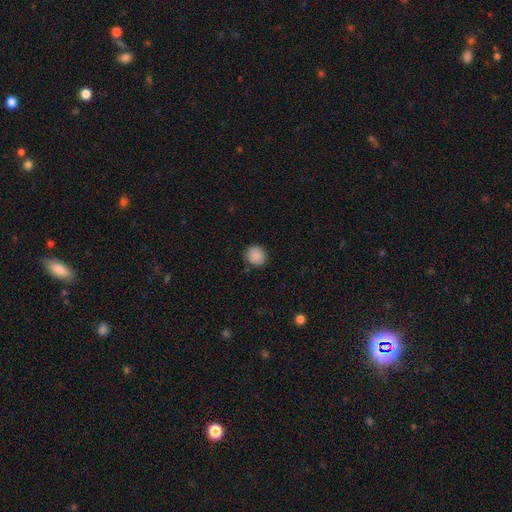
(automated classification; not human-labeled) Morphology: type=smooth (88%); roundness=round (88%); merging=none (87%).